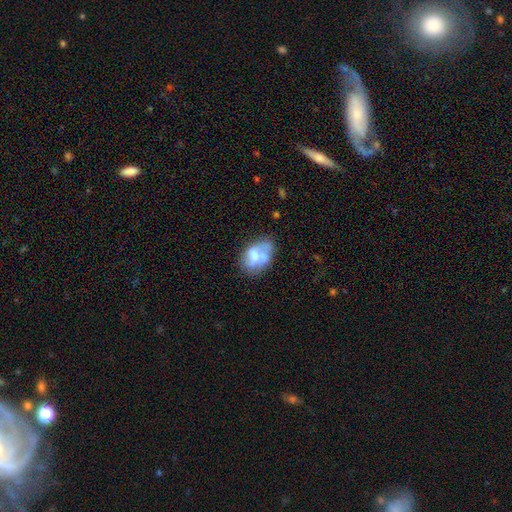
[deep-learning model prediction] Smooth or featured?
  - featured or disk: 47% *
  - smooth: 45%
  - star or artifact: 8%
Merging?
  - none: 33% *
  - merger: 27%
  - minor disturbance: 22%
  - major disturbance: 17%